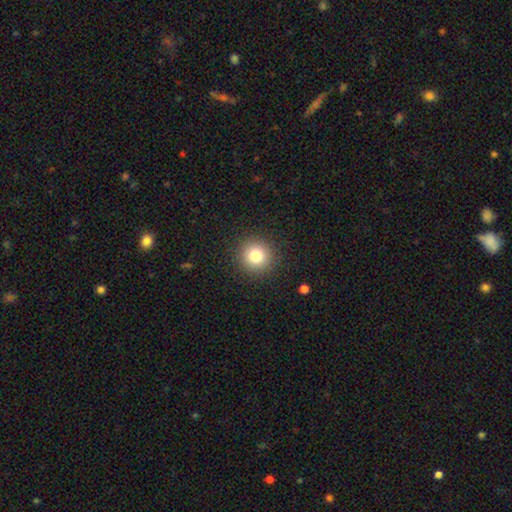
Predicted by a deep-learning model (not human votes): Overall: smooth (81%). How rounded: round (95%). Merging: none (91%).